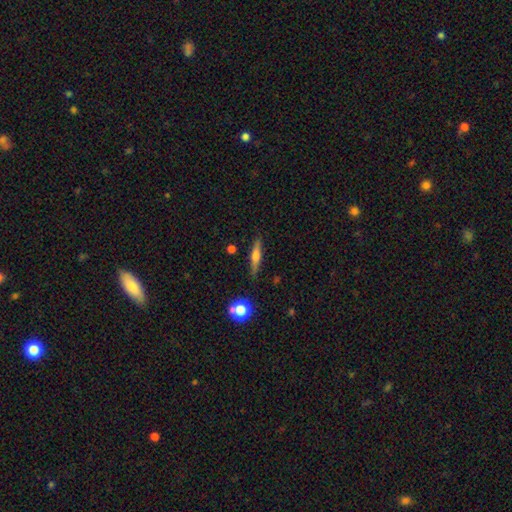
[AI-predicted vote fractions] smooth-or-featured: featured or disk: 47% | smooth: 45% | star or artifact: 8%
  merging: none: 87% | minor disturbance: 9% | major disturbance: 2% | merger: 2%